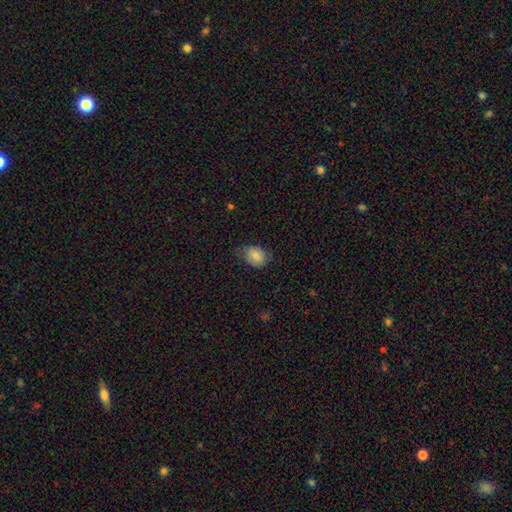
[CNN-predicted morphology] A smooth galaxy with no disk features (79%) that is in between round and cigar-shaped (60%). Merging: none (64%).